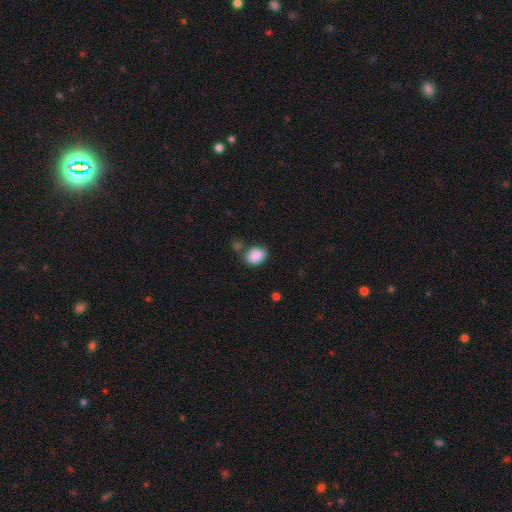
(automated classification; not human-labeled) Overall: smooth (88%). How rounded: in between (73%). Merging: none (68%).